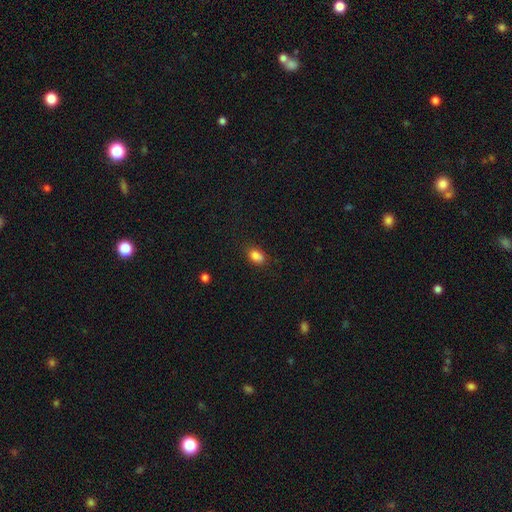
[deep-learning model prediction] smooth_or_featured: smooth (p=0.82) [alt: star or artifact p=0.11]
how_rounded: in between (p=0.83) [alt: round p=0.14]
merging: none (p=0.68) [alt: minor disturbance p=0.20]